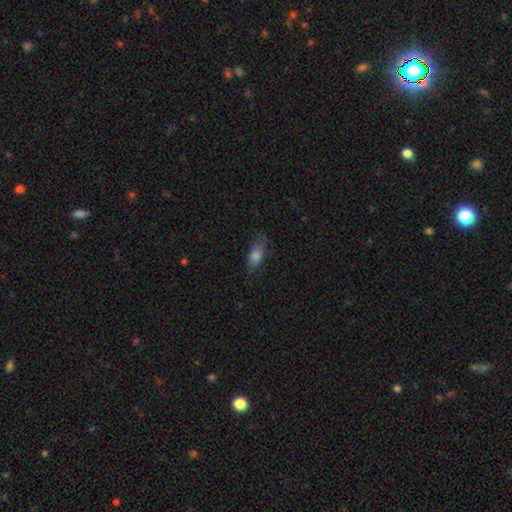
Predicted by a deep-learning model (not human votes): Smooth or featured? Predicted: smooth (p=0.77). How rounded? Predicted: in between (p=0.74). Merging? Predicted: none (p=0.68).